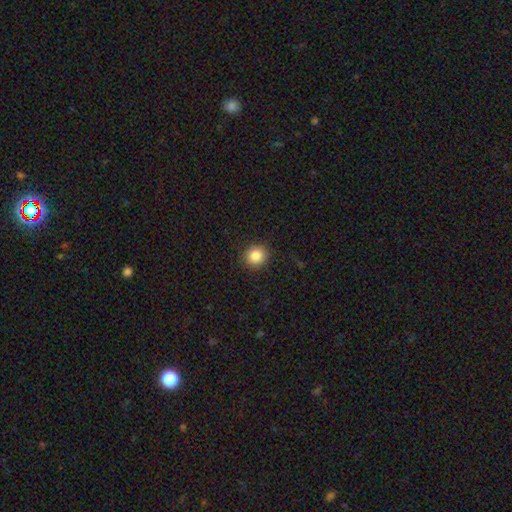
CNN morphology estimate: smooth 85%, star or artifact 10%, featured or disk 5%. Down the decision tree: how rounded — round (86%); merging — none (91%).